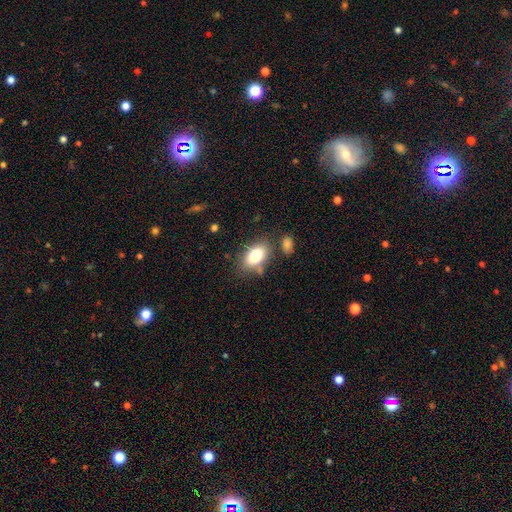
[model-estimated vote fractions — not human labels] smooth_or_featured: smooth (p=0.81) [alt: featured or disk p=0.11]
how_rounded: in between (p=0.90) [alt: round p=0.08]
merging: none (p=0.69) [alt: minor disturbance p=0.17]